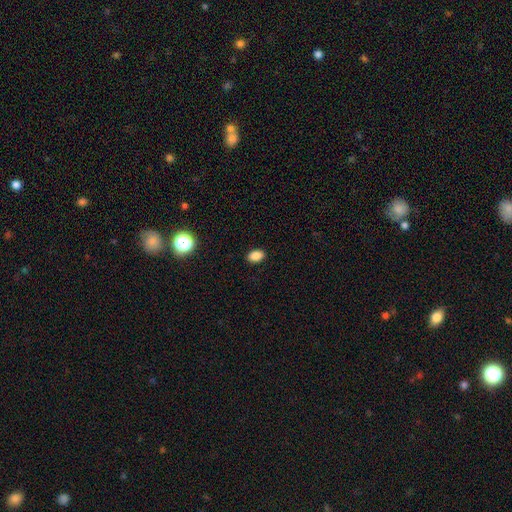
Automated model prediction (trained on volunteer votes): A smooth galaxy with no disk features (85%) that is in between round and cigar-shaped (85%). Merging: none (89%).